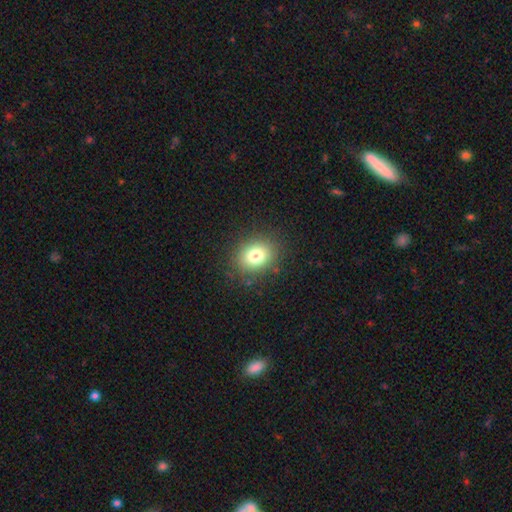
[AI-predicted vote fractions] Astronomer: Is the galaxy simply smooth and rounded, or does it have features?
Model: smooth — 79%.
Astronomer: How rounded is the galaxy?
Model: round — 54% (runner-up: in between, 45%).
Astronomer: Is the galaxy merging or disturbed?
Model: none — 86%.